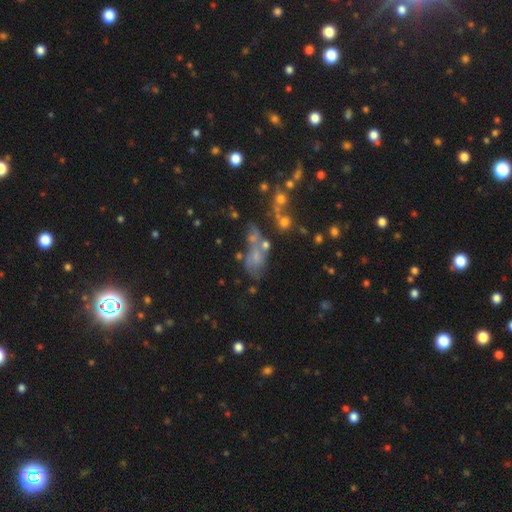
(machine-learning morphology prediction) smooth_or_featured: smooth (p=0.40) [alt: featured or disk p=0.38]
merging: none (p=0.29) [alt: merger p=0.28]